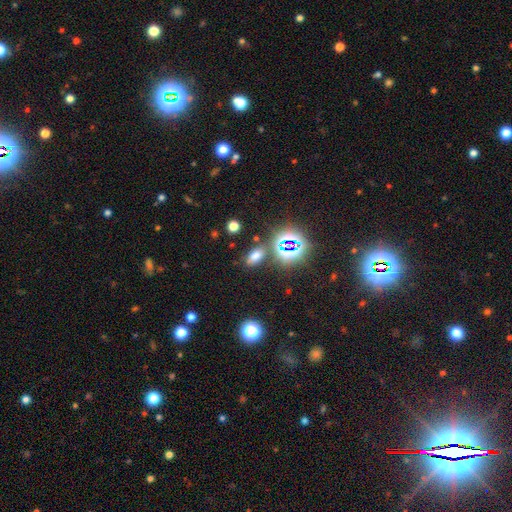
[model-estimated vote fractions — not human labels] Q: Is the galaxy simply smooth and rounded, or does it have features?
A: smooth — 58%.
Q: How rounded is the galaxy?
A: in between — 83%.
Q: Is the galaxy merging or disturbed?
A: none — 78%.